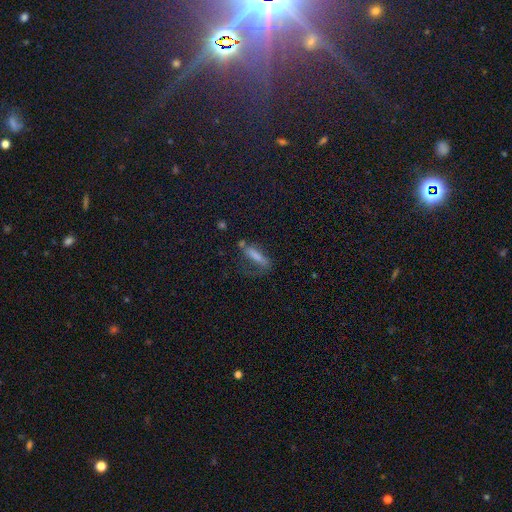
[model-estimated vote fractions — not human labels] This appears to be a smooth galaxy with no disk features (52%) that is cigar-shaped (65%). Merging: none (48%).